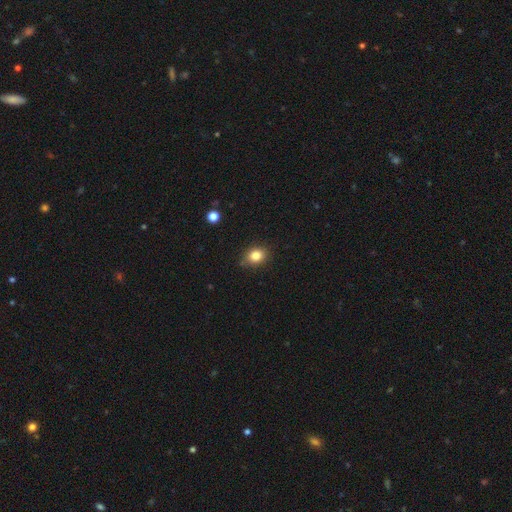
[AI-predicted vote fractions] smooth-or-featured: smooth: 83% | star or artifact: 11% | featured or disk: 7%
  how-rounded: in between: 51% | round: 48% | cigar-shaped: 1%
  merging: none: 82% | minor disturbance: 14% | major disturbance: 2% | merger: 2%